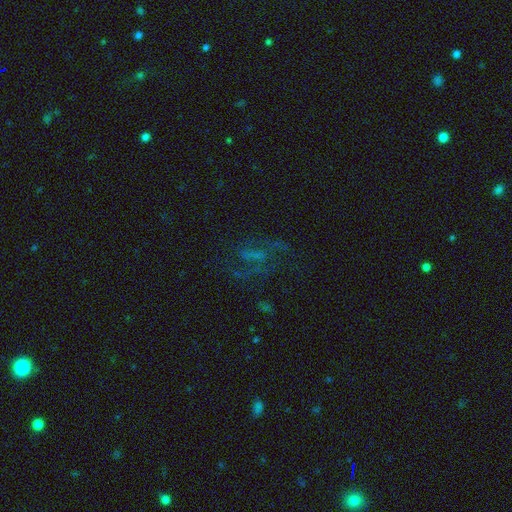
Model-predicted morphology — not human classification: This is possibly a featured or disk galaxy (57%). It is clearly not viewed edge-on (95%). Bar: marginally no (40%). Spiral arm pattern: likely yes (71%). Central bulge: likely none (62%). Merging: possibly none (53%).